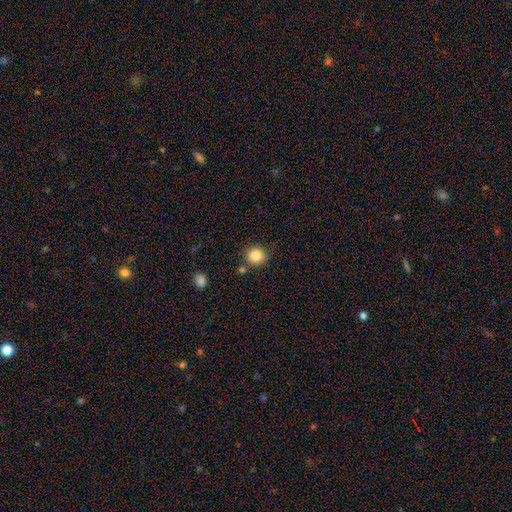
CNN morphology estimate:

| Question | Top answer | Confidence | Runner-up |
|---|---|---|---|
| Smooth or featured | smooth | 85% | star or artifact (10%) |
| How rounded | round | 89% | in between (10%) |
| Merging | none | 79% | minor disturbance (11%) |